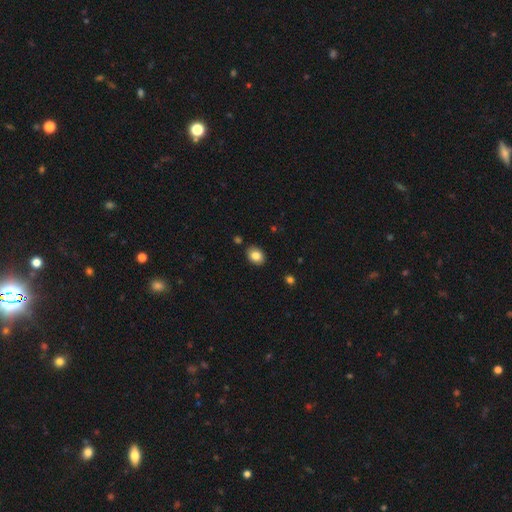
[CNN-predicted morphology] Smooth or featured?
  - smooth: 84% *
  - star or artifact: 9%
  - featured or disk: 7%
How rounded?
  - in between: 68% *
  - round: 31%
  - cigar-shaped: 1%
Merging?
  - none: 86% *
  - minor disturbance: 10%
  - merger: 3%
  - major disturbance: 2%